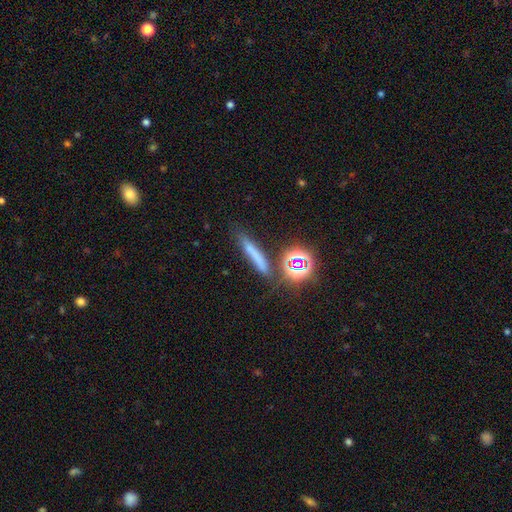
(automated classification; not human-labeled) Smooth or featured? smooth (57%)
How rounded? cigar-shaped (81%)
Merging? none (75%)